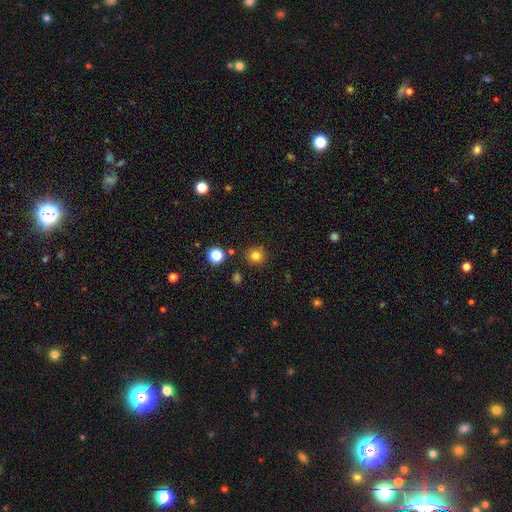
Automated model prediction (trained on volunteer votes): Smooth or featured: smooth — 80% (star or artifact — 15%)
How rounded: round — 92% (in between — 7%)
Merging: none — 87% (minor disturbance — 7%)